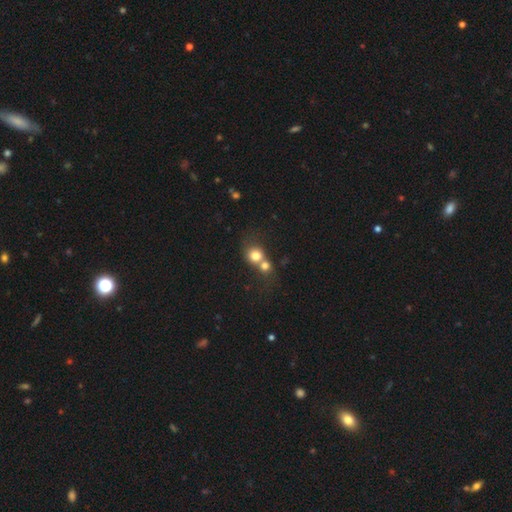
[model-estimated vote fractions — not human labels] Smooth or featured? smooth (75%)
How rounded? round (78%)
Merging? merger (62%)